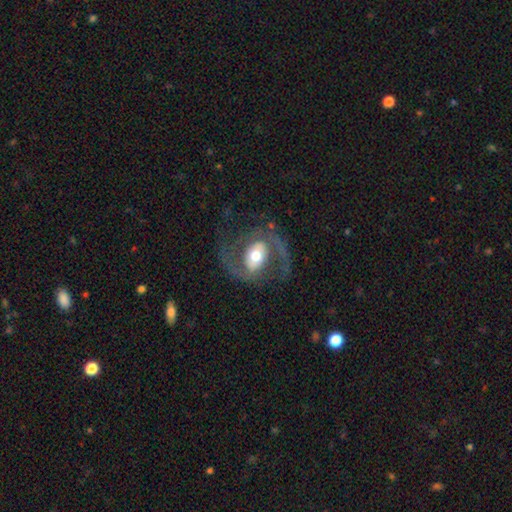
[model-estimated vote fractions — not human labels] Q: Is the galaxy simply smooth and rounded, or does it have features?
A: featured or disk — 81%.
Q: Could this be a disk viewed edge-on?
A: no — 96%.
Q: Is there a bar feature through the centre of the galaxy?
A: no — 39%.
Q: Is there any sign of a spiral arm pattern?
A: yes — 87%.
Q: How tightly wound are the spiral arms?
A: medium — 54%.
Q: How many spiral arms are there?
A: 2 — 90%.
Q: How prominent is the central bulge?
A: moderate — 64%.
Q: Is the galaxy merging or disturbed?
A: none — 70%.